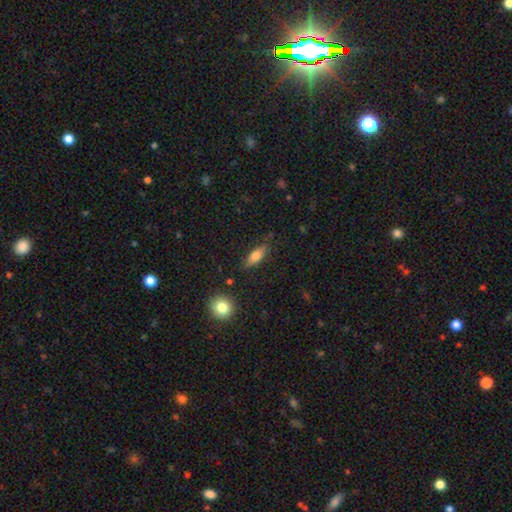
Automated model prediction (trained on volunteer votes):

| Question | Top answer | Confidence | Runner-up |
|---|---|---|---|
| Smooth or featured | smooth | 72% | featured or disk (21%) |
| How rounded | in between | 64% | cigar-shaped (33%) |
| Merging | none | 82% | minor disturbance (13%) |